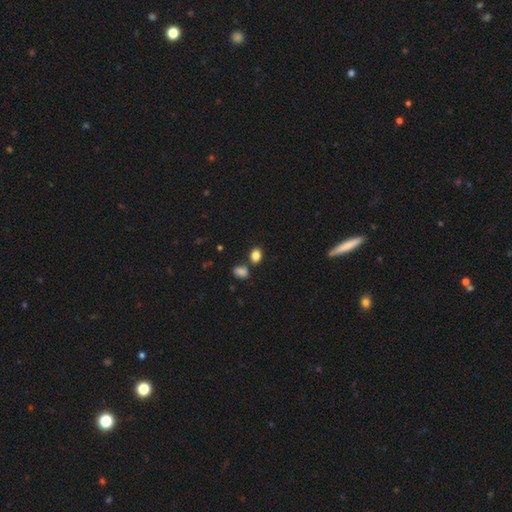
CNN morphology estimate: type=smooth (85%); roundness=in between (68%); merging=none (69%).